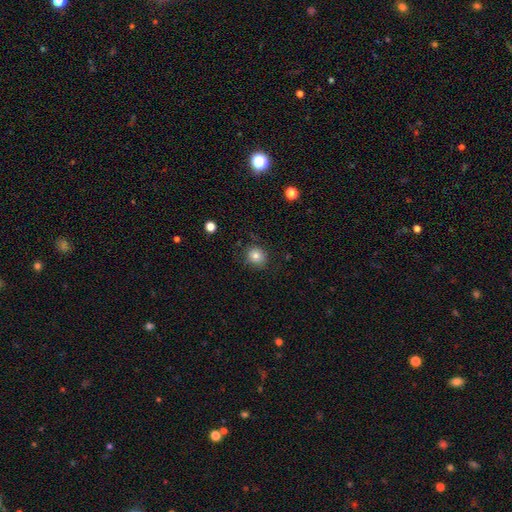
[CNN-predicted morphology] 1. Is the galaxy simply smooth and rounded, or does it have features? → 81% smooth, 11% star or artifact, 8% featured or disk.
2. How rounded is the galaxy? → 79% round, 20% in between, 1% cigar-shaped.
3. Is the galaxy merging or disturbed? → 82% none, 13% minor disturbance, 4% major disturbance, 1% merger.